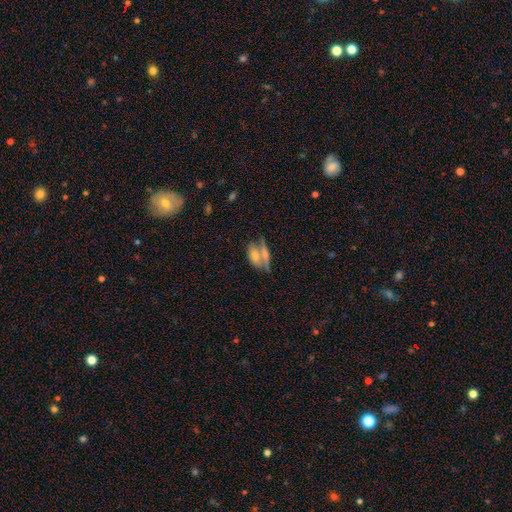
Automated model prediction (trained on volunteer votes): Q: Smooth or featured?
A: smooth (64%); runner-up: featured or disk (28%)
Q: How rounded?
A: in between (79%); runner-up: cigar-shaped (14%)
Q: Merging?
A: merger (54%); runner-up: none (30%)